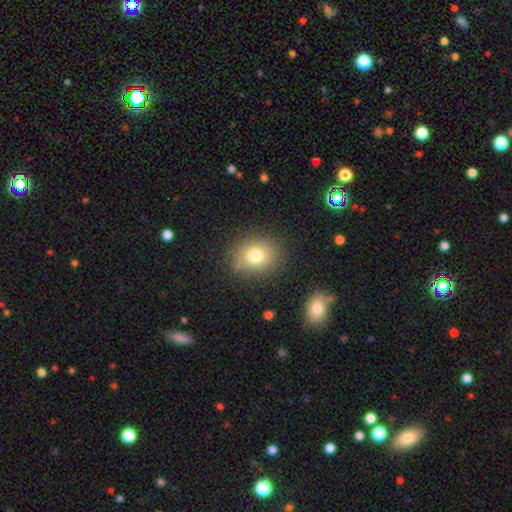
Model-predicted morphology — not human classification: Smooth or featured?
  - smooth: 77% *
  - star or artifact: 12%
  - featured or disk: 11%
How rounded?
  - round: 60% *
  - in between: 39%
  - cigar-shaped: 1%
Merging?
  - none: 83% *
  - minor disturbance: 10%
  - major disturbance: 4%
  - merger: 3%